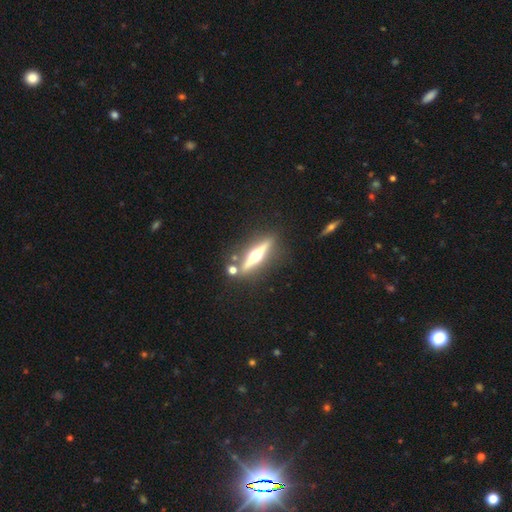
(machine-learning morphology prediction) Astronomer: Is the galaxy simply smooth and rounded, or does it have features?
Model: featured or disk — 80%.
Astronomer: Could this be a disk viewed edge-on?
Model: yes — 96%.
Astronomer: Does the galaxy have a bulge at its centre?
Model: rounded — 96%.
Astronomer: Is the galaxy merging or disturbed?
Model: none — 83%.